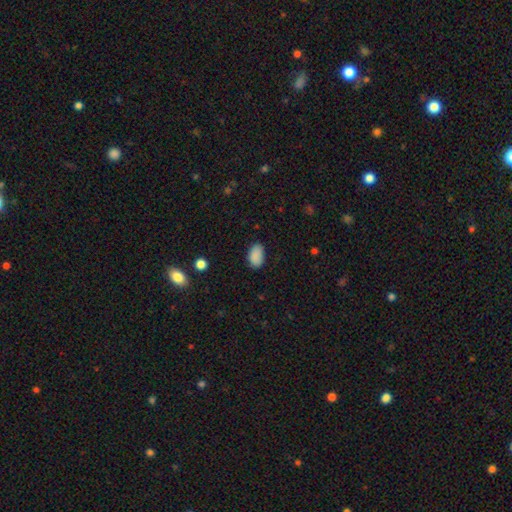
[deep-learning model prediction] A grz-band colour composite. It shows a smooth galaxy with no disk features (89%) that is in between round and cigar-shaped (91%). Merging: none (82%).